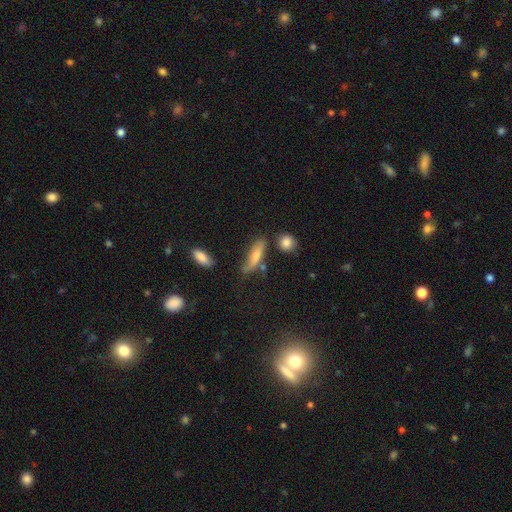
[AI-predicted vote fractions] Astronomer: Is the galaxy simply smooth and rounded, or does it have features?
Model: smooth — 69%.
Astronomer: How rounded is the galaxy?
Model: cigar-shaped — 55% (runner-up: in between, 42%).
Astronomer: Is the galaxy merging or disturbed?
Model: none — 56%.